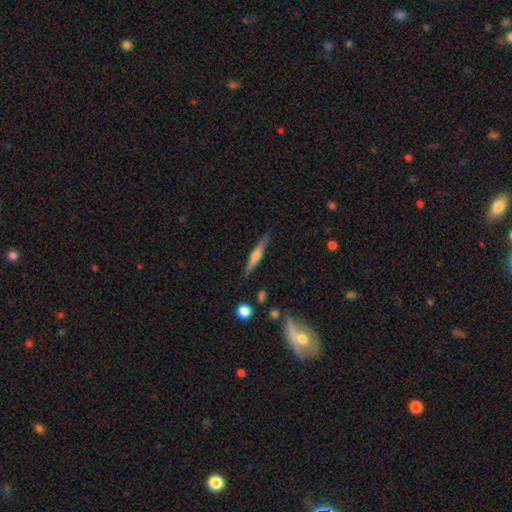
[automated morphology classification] The model was most divided on "smooth or featured": featured or disk: 48%, smooth: 45%, star or artifact: 7%. More confident: merging — none (85%).